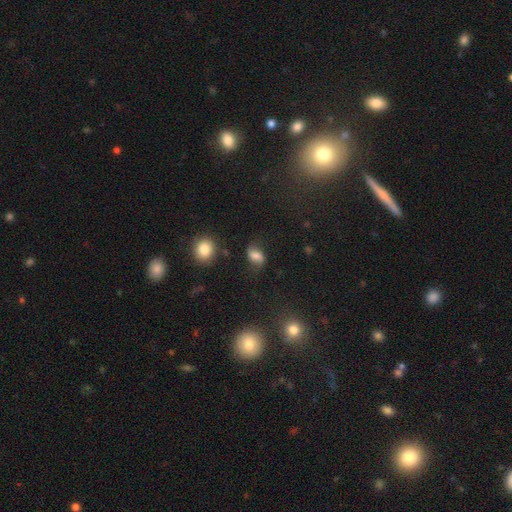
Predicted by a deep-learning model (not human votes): Smooth or featured: smooth — 60% (featured or disk — 27%)
How rounded: in between — 80% (round — 17%)
Merging: none — 60% (minor disturbance — 23%)